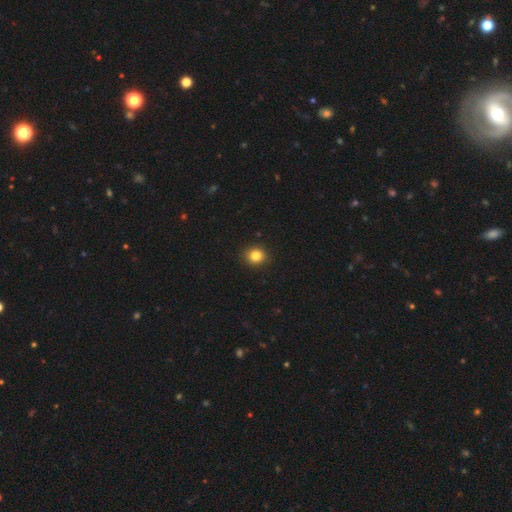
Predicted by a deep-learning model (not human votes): This appears to be a smooth galaxy with no disk features (84%) that is round (83%). Merging: none (91%).